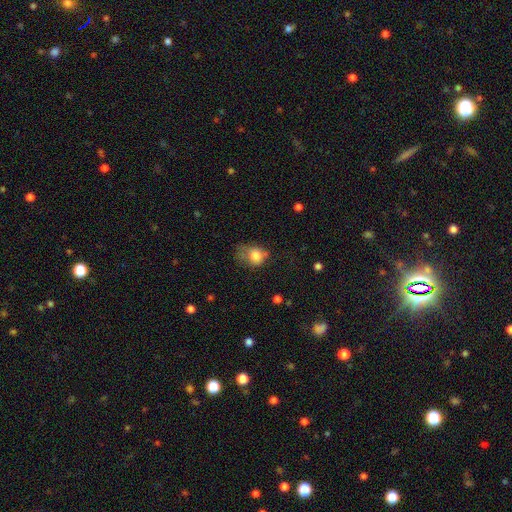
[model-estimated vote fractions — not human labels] Smooth or featured?
  - smooth: 77% *
  - featured or disk: 13%
  - star or artifact: 10%
How rounded?
  - round: 51% *
  - in between: 48%
  - cigar-shaped: 1%
Merging?
  - major disturbance: 34% *
  - minor disturbance: 33%
  - none: 29%
  - merger: 4%